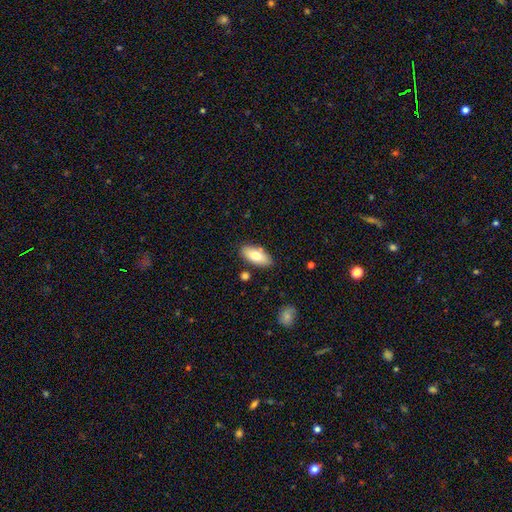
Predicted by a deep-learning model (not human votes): Q: Smooth or featured?
A: smooth (76%); runner-up: featured or disk (17%)
Q: How rounded?
A: in between (87%); runner-up: cigar-shaped (11%)
Q: Merging?
A: none (83%); runner-up: minor disturbance (11%)